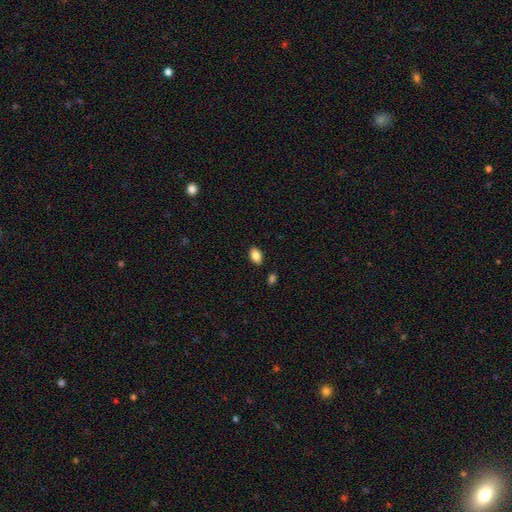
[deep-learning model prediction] Smooth or featured? Predicted: smooth (p=0.85). How rounded? Predicted: in between (p=0.89). Merging? Predicted: none (p=0.87).